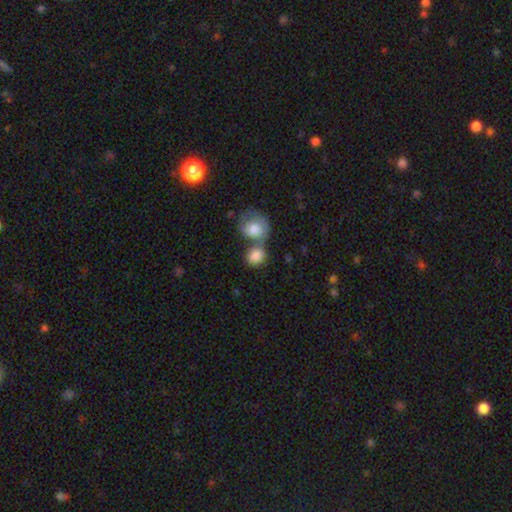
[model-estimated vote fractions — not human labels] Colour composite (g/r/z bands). It shows a smooth galaxy with no disk features (84%) that is round (65%). Merging: merger (57%).